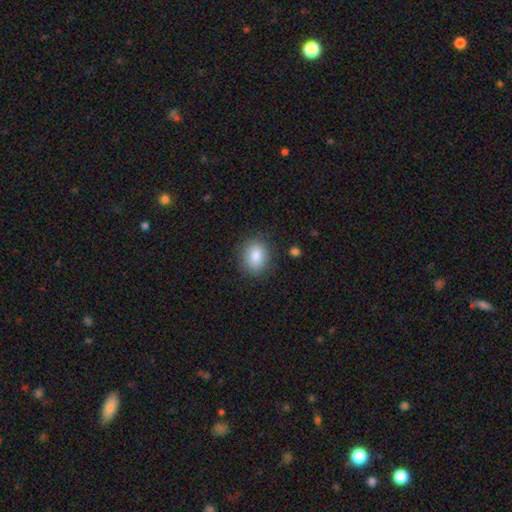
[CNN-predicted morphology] Smooth or featured? Predicted: smooth (p=0.85). How rounded? Predicted: in between (p=0.52). Merging? Predicted: none (p=0.86).